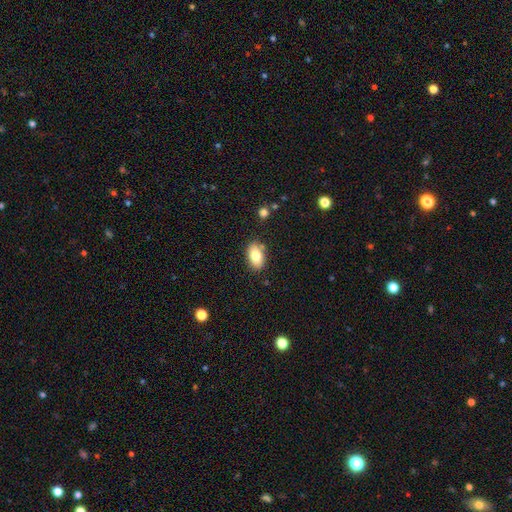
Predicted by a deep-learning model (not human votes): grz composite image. It shows a smooth galaxy with no disk features (80%) that is in between round and cigar-shaped (91%). Merging: none (82%).